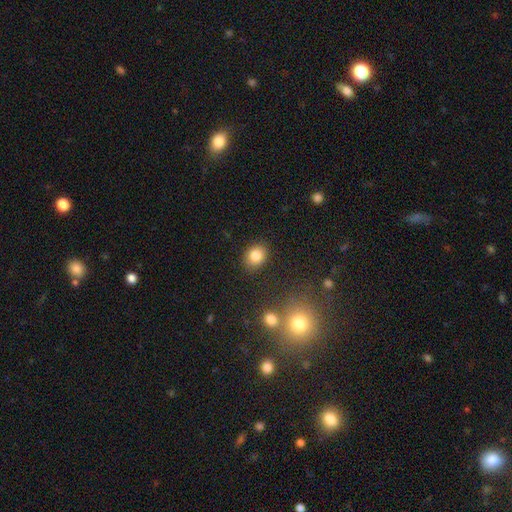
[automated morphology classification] type=smooth (84%); roundness=round (50%); merging=none (86%).